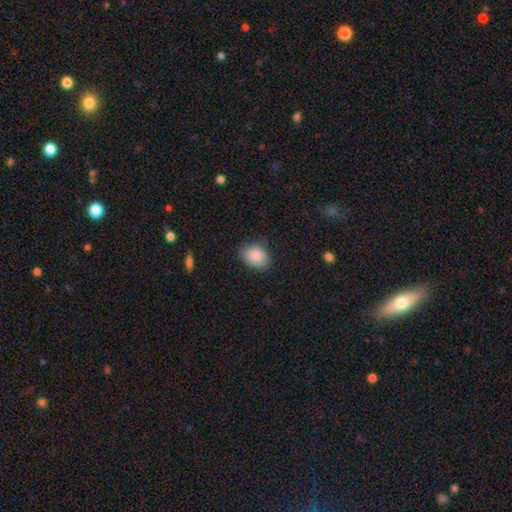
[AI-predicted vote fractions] Morphology: type=smooth (87%); roundness=in between (73%); merging=none (76%).